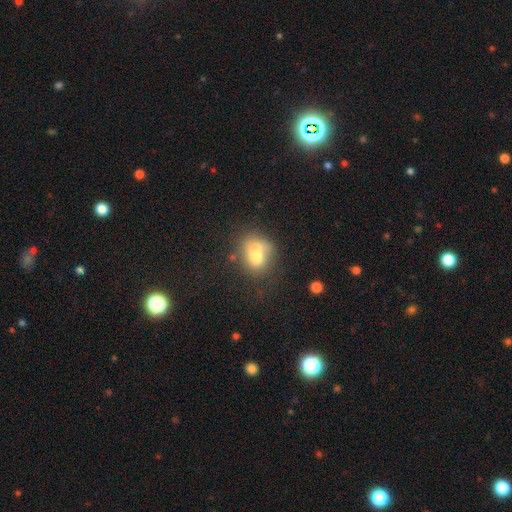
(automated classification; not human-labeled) Overall: smooth (71%). How rounded: in between (51%; round 48%). Merging: none (54%; minor disturbance 26%).